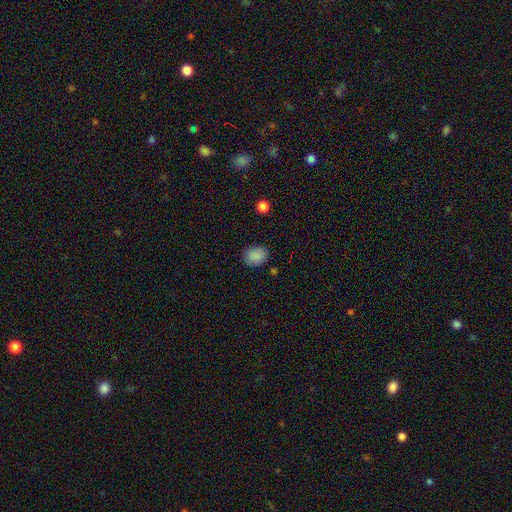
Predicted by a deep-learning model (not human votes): Morphology: type=smooth (88%); roundness=in between (57%); merging=none (83%).